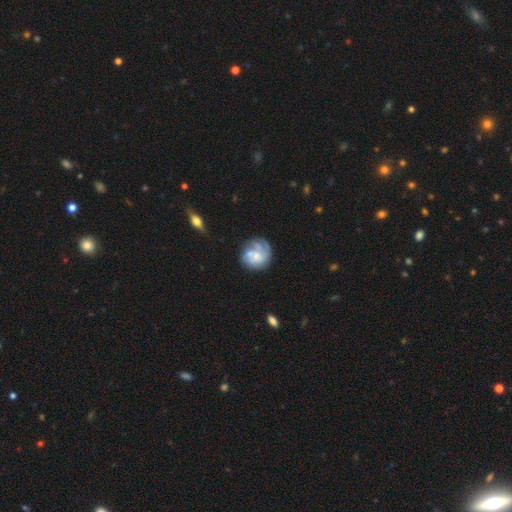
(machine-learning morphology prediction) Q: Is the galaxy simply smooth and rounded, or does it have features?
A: featured or disk — 57%.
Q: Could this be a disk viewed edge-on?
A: no — 98%.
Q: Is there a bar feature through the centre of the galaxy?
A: no — 78%.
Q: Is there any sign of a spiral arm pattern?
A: yes — 68%.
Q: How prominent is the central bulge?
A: small — 47%.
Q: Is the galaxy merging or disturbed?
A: none — 50%.